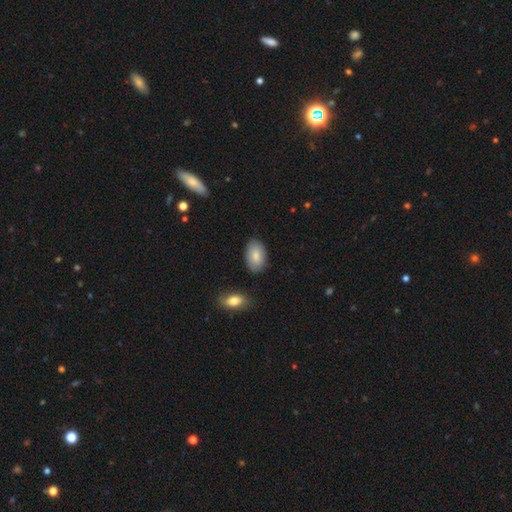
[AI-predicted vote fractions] Smooth or featured?
  - smooth: 85% *
  - featured or disk: 9%
  - star or artifact: 6%
How rounded?
  - in between: 93% *
  - round: 5%
  - cigar-shaped: 1%
Merging?
  - none: 85% *
  - minor disturbance: 11%
  - major disturbance: 2%
  - merger: 2%